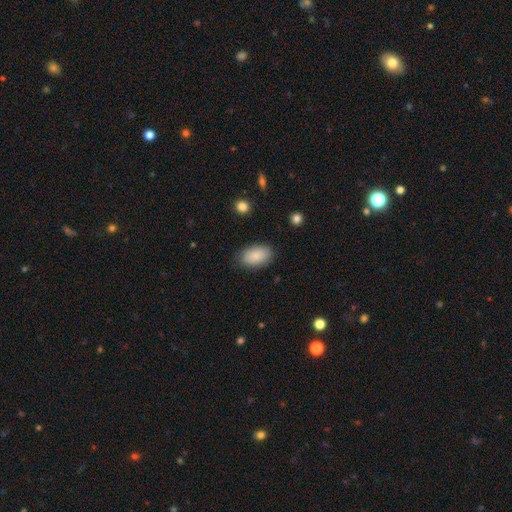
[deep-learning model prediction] A smooth galaxy with no disk features (86%) that is in between round and cigar-shaped (93%).

Vote fractions:
- Smooth or featured? smooth: 86% / featured or disk: 7% / star or artifact: 7%
- How rounded? in between: 93% / round: 6% / cigar-shaped: 1%
- Merging? none: 83% / minor disturbance: 13% / major disturbance: 3% / merger: 1%